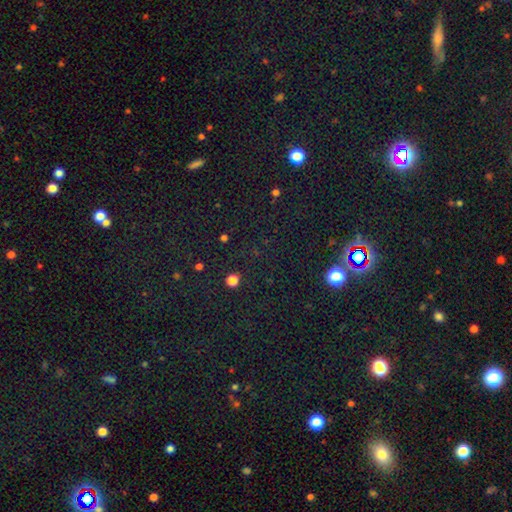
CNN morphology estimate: Overall: star or artifact (71%).